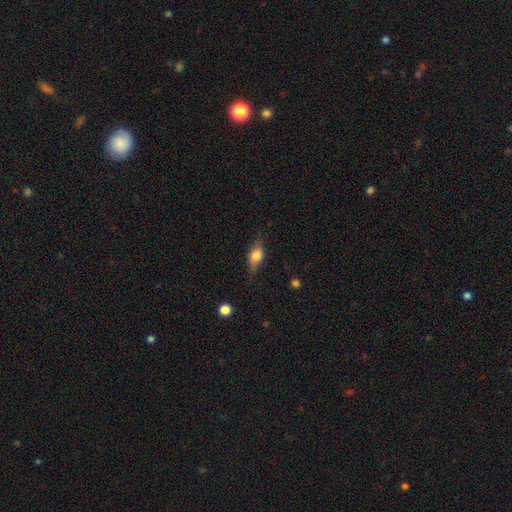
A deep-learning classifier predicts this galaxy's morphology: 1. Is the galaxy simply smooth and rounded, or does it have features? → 61% smooth, 31% featured or disk, 8% star or artifact.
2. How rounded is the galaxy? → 72% in between, 15% cigar-shaped, 13% round.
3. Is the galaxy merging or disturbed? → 75% none, 18% minor disturbance, 5% major disturbance, 1% merger.